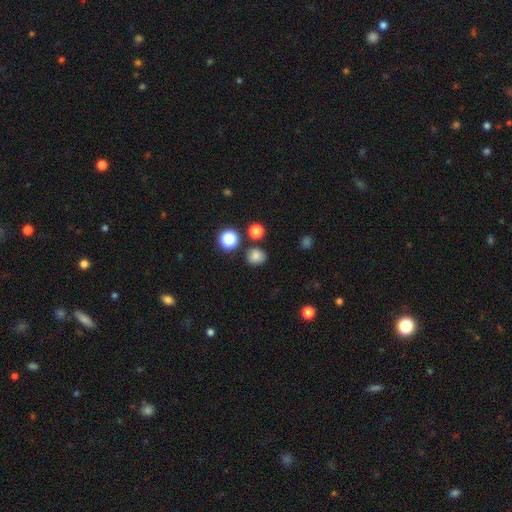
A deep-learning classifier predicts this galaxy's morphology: Smooth or featured? smooth (79%)
How rounded? round (72%)
Merging? none (79%)